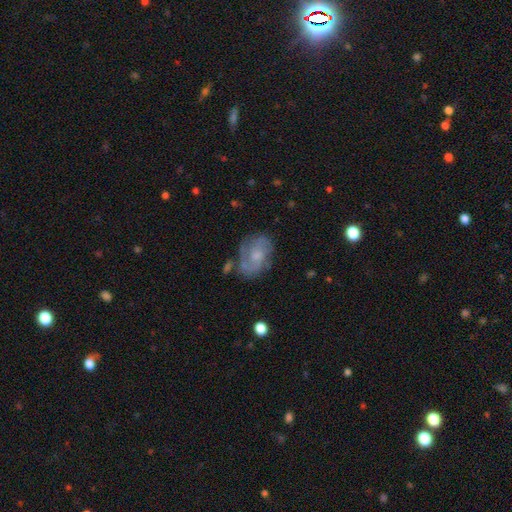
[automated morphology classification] This appears to be a featured or disk galaxy (66%) with no bar (70%), 2 (49%) medium (43%) spiral arms (82%) and a moderate central bulge (38%). Merging: none (63%).